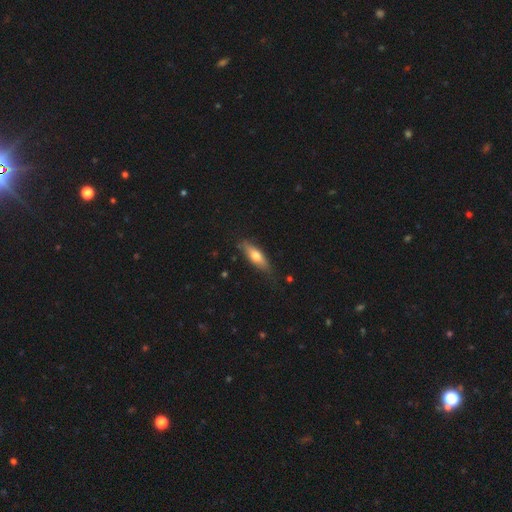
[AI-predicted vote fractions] A smooth galaxy with no disk features (64%) that is in between round and cigar-shaped (52%). Merging: none (77%).